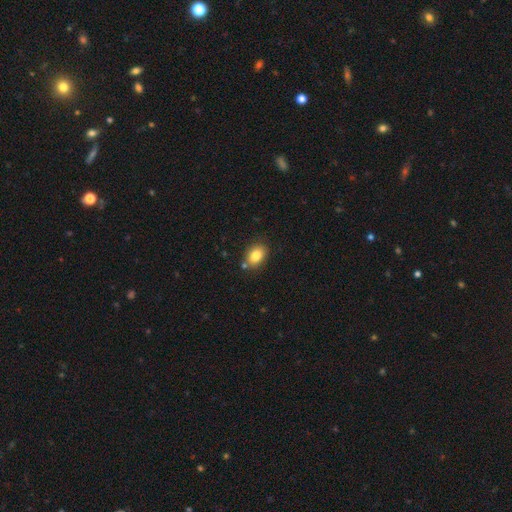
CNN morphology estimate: The model was most divided on "how rounded": in between: 70%, round: 28%, cigar-shaped: 1%. More confident: smooth or featured — smooth (83%); merging — none (79%).